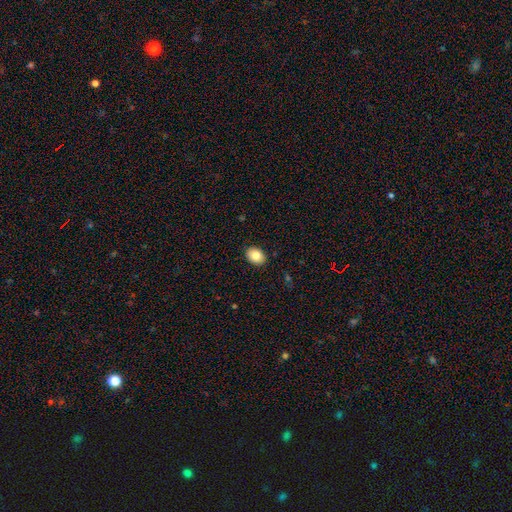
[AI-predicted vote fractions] Morphology: type=smooth (84%); roundness=in between (71%); merging=none (90%).